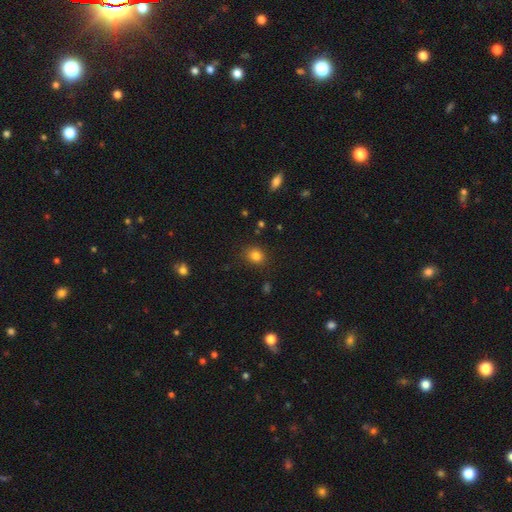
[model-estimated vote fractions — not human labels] Morphology: type=smooth (82%); roundness=round (68%); merging=none (85%).